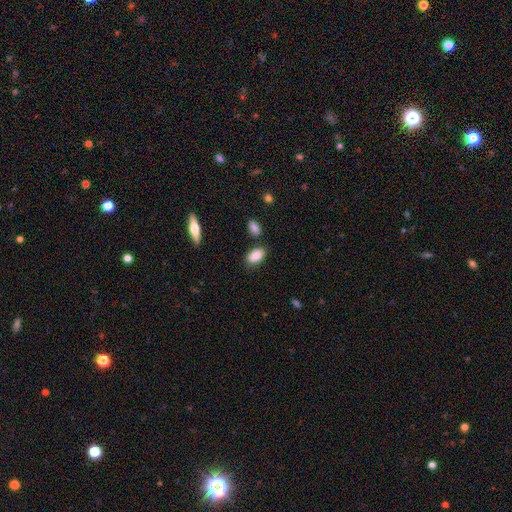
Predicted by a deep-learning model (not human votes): Smooth or featured? Predicted: smooth (p=0.87). How rounded? Predicted: in between (p=0.91). Merging? Predicted: none (p=0.75).